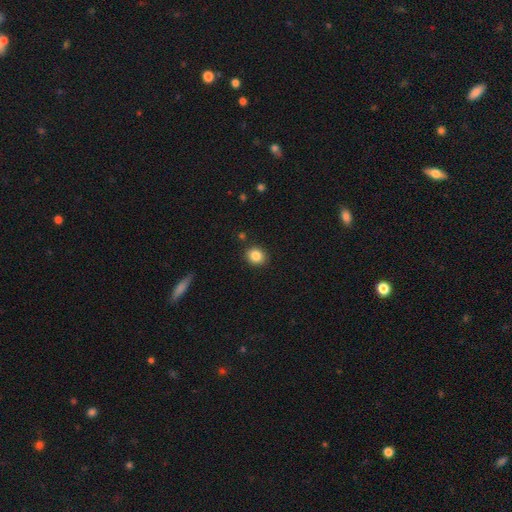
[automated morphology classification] type=smooth (86%); roundness=round (72%); merging=none (89%).